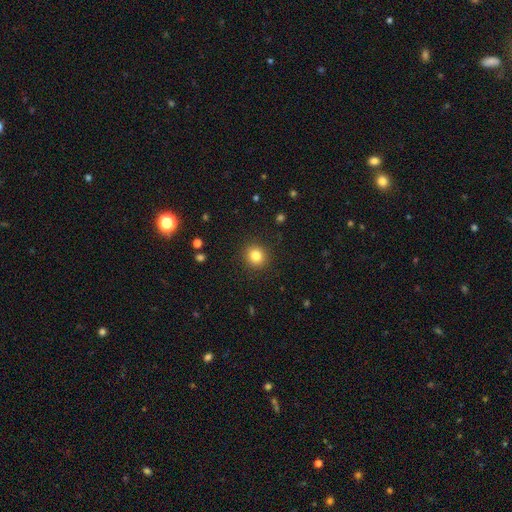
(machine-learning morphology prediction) This is clearly a smooth galaxy (82%). How rounded: clearly round (91%). Merging: clearly none (91%).